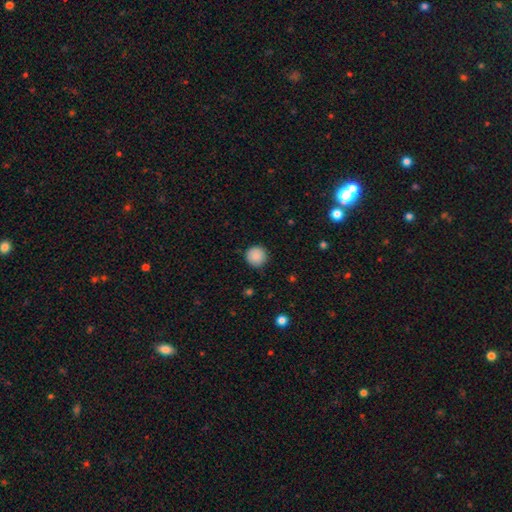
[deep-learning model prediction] Q: Smooth or featured?
A: smooth (89%); runner-up: star or artifact (8%)
Q: How rounded?
A: round (96%); runner-up: in between (3%)
Q: Merging?
A: none (89%); runner-up: minor disturbance (8%)